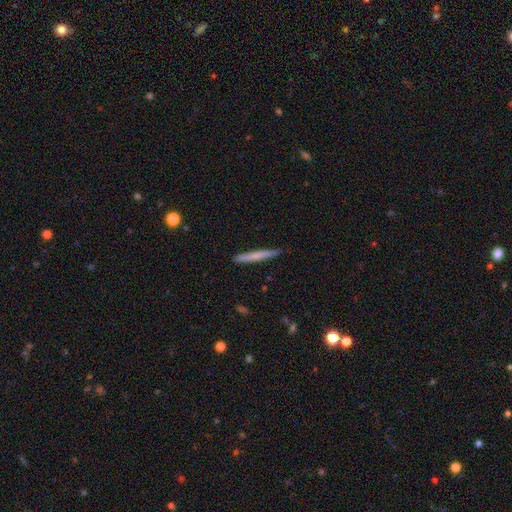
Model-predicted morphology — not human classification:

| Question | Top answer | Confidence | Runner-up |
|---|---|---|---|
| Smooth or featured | smooth | 66% | featured or disk (29%) |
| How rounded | cigar-shaped | 96% | in between (2%) |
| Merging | none | 87% | minor disturbance (10%) |